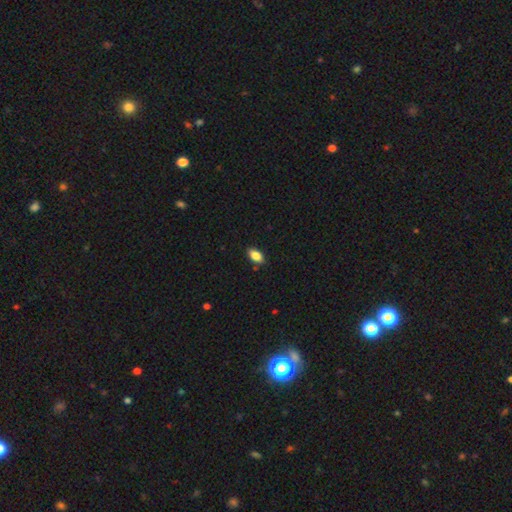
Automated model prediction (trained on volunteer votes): A smooth galaxy with no disk features (85%) that is in between round and cigar-shaped (91%).

Vote fractions:
- Smooth or featured? smooth: 85% / star or artifact: 8% / featured or disk: 7%
- How rounded? in between: 91% / round: 5% / cigar-shaped: 4%
- Merging? none: 87% / minor disturbance: 10% / major disturbance: 2% / merger: 1%